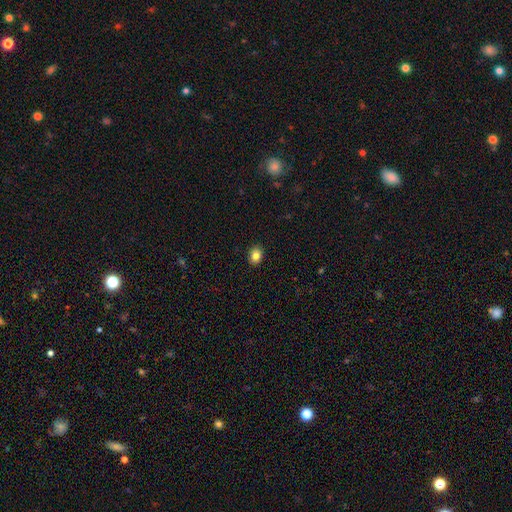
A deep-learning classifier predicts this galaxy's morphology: Smooth or featured: smooth — 85% (star or artifact — 9%)
How rounded: in between — 59% (round — 40%)
Merging: none — 90% (minor disturbance — 7%)